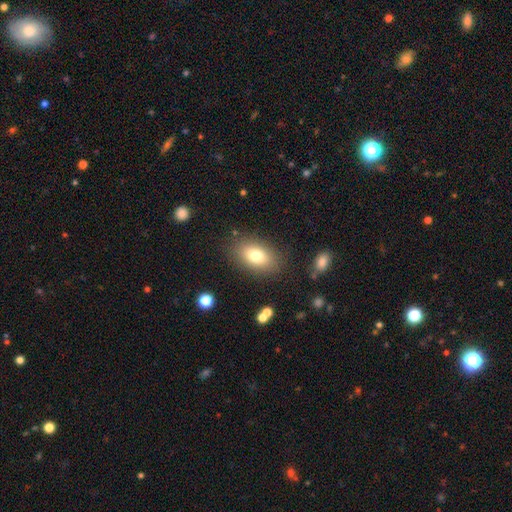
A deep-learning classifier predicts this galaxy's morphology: Smooth or featured? smooth (78%)
How rounded? in between (87%)
Merging? none (83%)